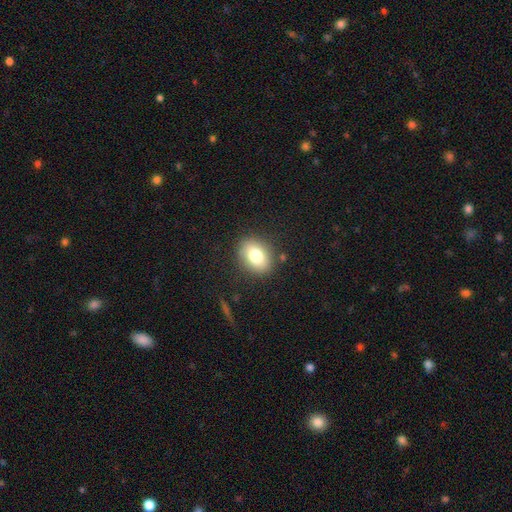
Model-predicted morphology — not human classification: A smooth galaxy with no disk features (78%) that is in between round and cigar-shaped (64%).

Vote fractions:
- Smooth or featured? smooth: 78% / featured or disk: 13% / star or artifact: 9%
- How rounded? in between: 64% / round: 35% / cigar-shaped: 1%
- Merging? none: 85% / minor disturbance: 10% / major disturbance: 3% / merger: 2%